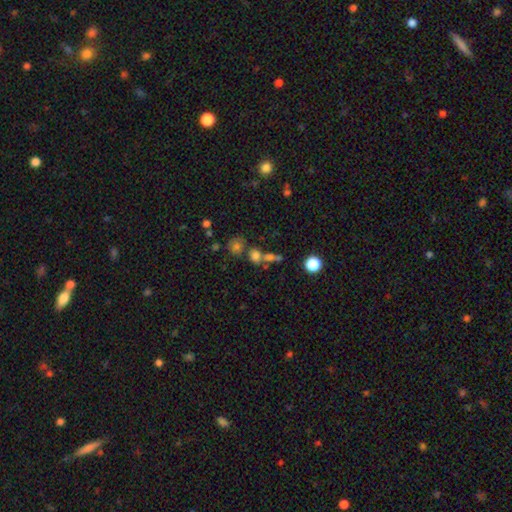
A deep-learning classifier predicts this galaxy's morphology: The model was most divided on "merging": none: 47%, merger: 38%, minor disturbance: 9%, major disturbance: 6%. More confident: smooth or featured — smooth (69%); how rounded — round (69%).